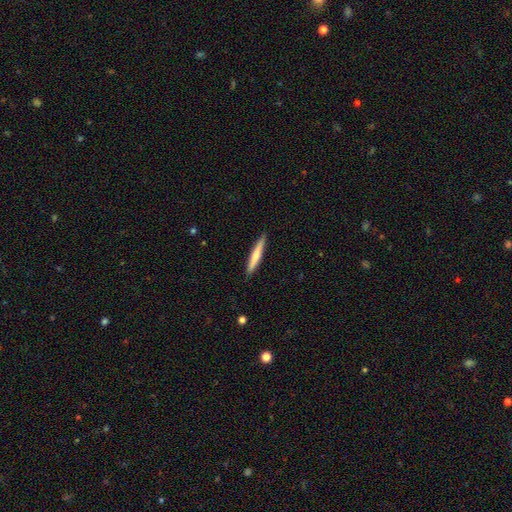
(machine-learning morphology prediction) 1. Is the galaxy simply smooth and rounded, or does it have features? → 60% smooth, 35% featured or disk, 5% star or artifact.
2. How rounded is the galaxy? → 95% cigar-shaped, 4% in between, 1% round.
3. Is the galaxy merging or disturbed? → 90% none, 7% minor disturbance, 1% major disturbance, 1% merger.